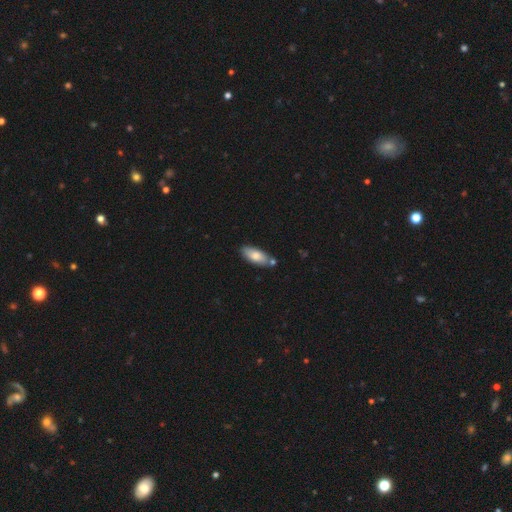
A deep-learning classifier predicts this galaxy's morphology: smooth-or-featured: smooth: 77% | featured or disk: 17% | star or artifact: 6%
  how-rounded: in between: 82% | cigar-shaped: 16% | round: 2%
  merging: none: 75% | minor disturbance: 14% | merger: 8% | major disturbance: 3%